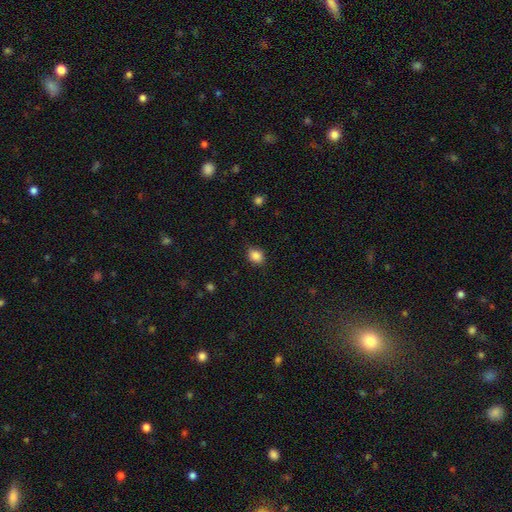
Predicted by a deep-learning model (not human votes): Q: Smooth or featured?
A: smooth (86%); runner-up: star or artifact (10%)
Q: How rounded?
A: in between (52%); runner-up: round (47%)
Q: Merging?
A: none (81%); runner-up: minor disturbance (15%)